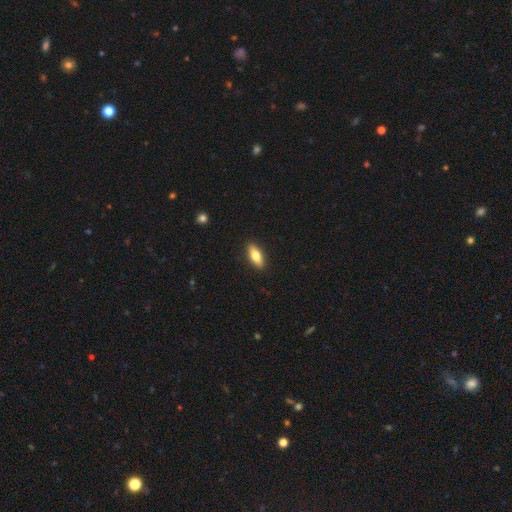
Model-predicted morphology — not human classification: Smooth or featured?
  - smooth: 72% *
  - featured or disk: 21%
  - star or artifact: 6%
How rounded?
  - in between: 74% *
  - cigar-shaped: 24%
  - round: 3%
Merging?
  - none: 90% *
  - minor disturbance: 7%
  - major disturbance: 2%
  - merger: 1%